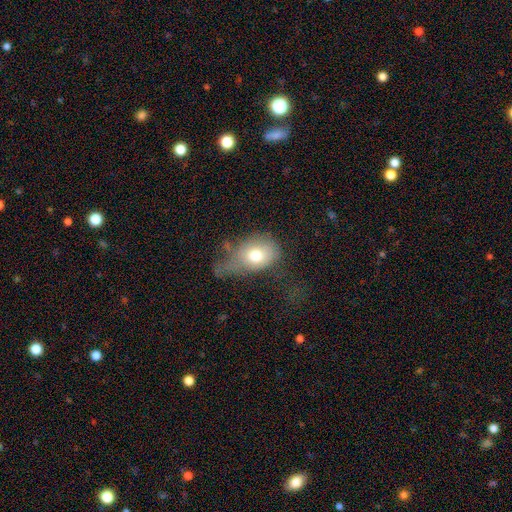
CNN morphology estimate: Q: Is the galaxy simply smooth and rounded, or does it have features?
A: smooth — 72%.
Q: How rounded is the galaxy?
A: in between — 58%.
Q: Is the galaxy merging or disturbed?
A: major disturbance — 40%.